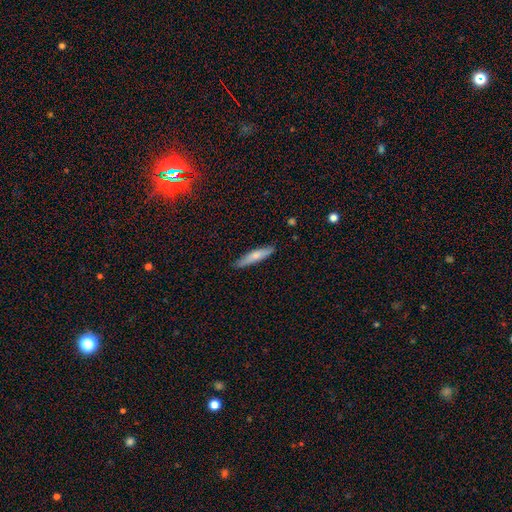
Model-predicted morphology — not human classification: type=smooth (68%); roundness=cigar-shaped (86%); merging=none (87%).